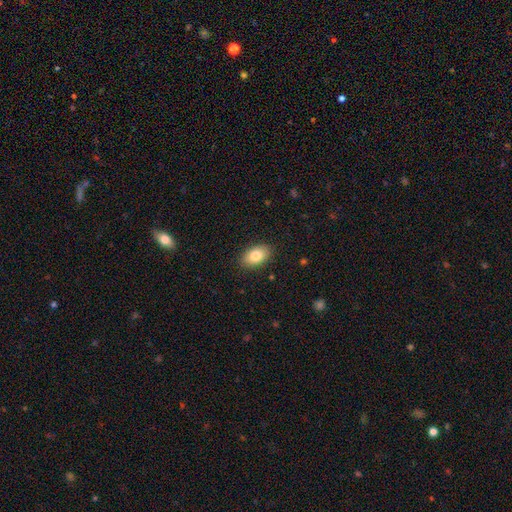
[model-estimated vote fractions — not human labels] smooth 82%, featured or disk 10%, star or artifact 7%. Down the decision tree: how rounded — in between (91%); merging — none (88%).